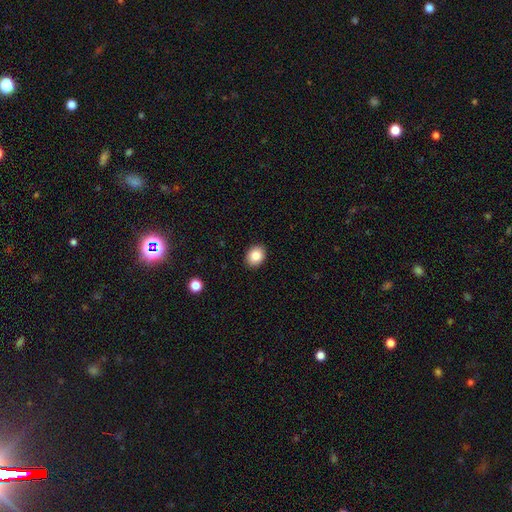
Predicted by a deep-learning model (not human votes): This appears to be a smooth galaxy with no disk features (85%) that is round (52%). Merging: none (91%).